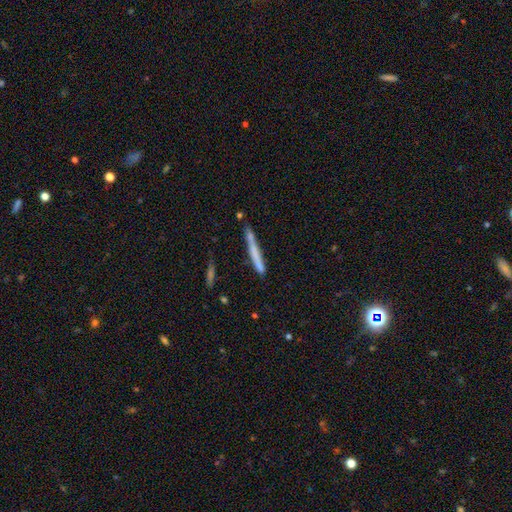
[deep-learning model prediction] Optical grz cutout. It shows a smooth galaxy with no disk features (62%) that is cigar-shaped (96%). Merging: none (71%).